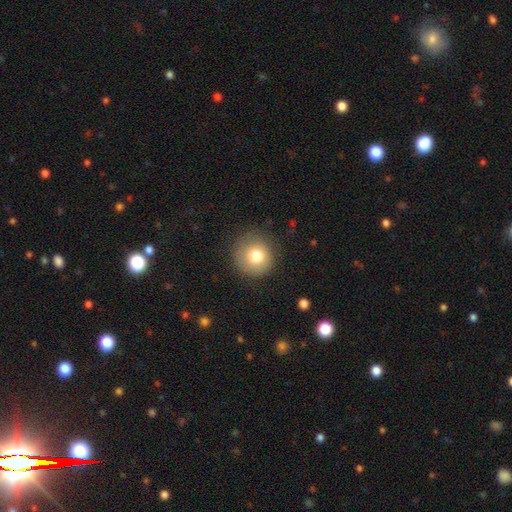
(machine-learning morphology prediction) The model was most divided on "smooth or featured": smooth: 78%, featured or disk: 12%, star or artifact: 10%. More confident: how rounded — round (94%); merging — none (85%).